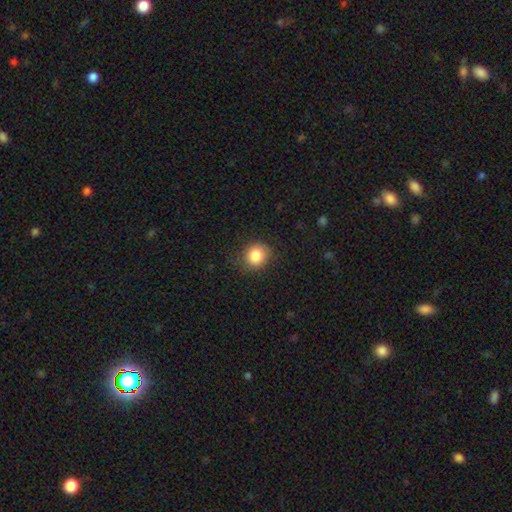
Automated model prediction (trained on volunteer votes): This appears to be a smooth galaxy with no disk features (85%) that is round (77%). Merging: none (82%).